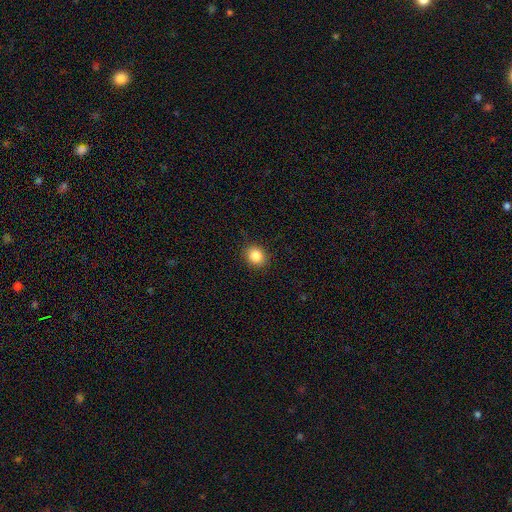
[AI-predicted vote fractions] Morphology: type=smooth (85%); roundness=round (68%); merging=none (89%).